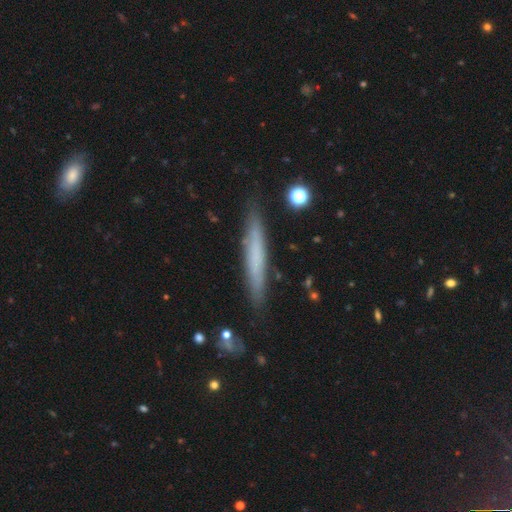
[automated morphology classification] smooth 54%, featured or disk 39%, star or artifact 7%. Down the decision tree: how rounded — cigar-shaped (94%); merging — none (85%).